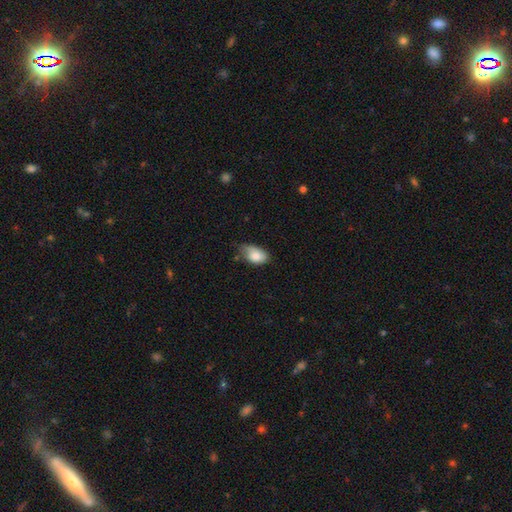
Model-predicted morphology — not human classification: smooth_or_featured: smooth (p=0.81) [alt: featured or disk p=0.12]
how_rounded: in between (p=0.90) [alt: round p=0.08]
merging: minor disturbance (p=0.44) [alt: none p=0.42]